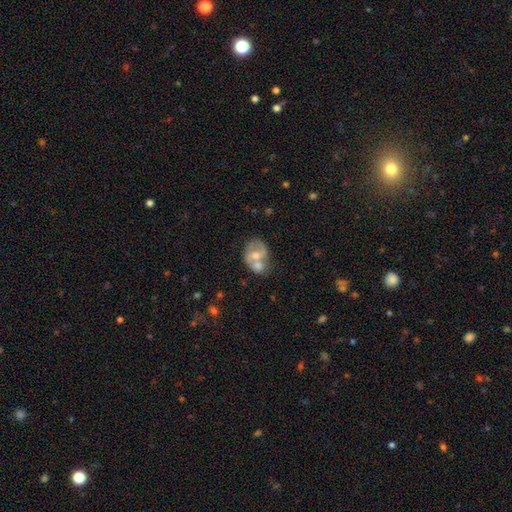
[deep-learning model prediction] A featured or disk galaxy (49%). Merging: merger (54%).